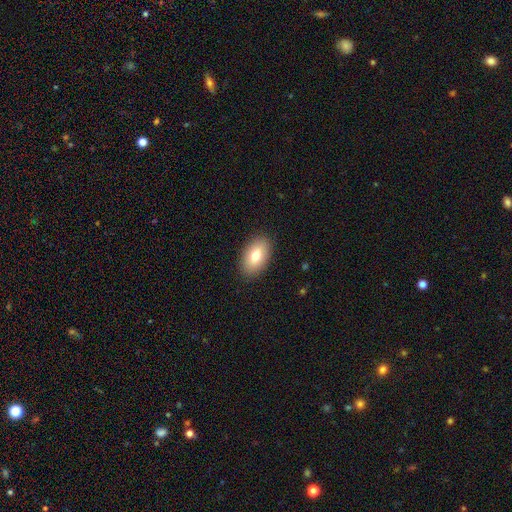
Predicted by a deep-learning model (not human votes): Q: Smooth or featured?
A: smooth (77%); runner-up: featured or disk (16%)
Q: How rounded?
A: in between (92%); runner-up: round (6%)
Q: Merging?
A: none (88%); runner-up: minor disturbance (8%)